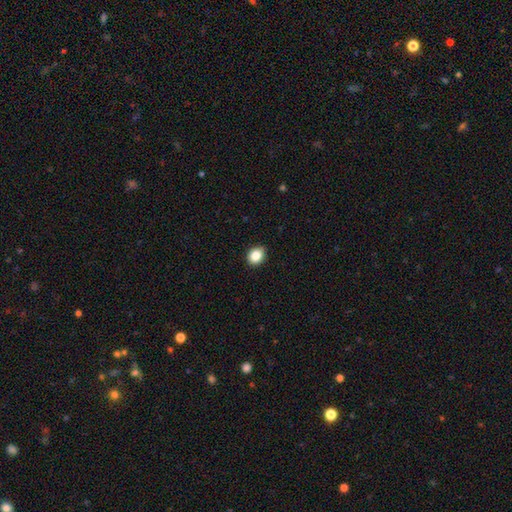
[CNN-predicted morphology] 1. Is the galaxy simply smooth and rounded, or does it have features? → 86% smooth, 9% star or artifact, 5% featured or disk.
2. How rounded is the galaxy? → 59% round, 40% in between, 1% cigar-shaped.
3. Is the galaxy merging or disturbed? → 89% none, 8% minor disturbance, 2% major disturbance, 1% merger.